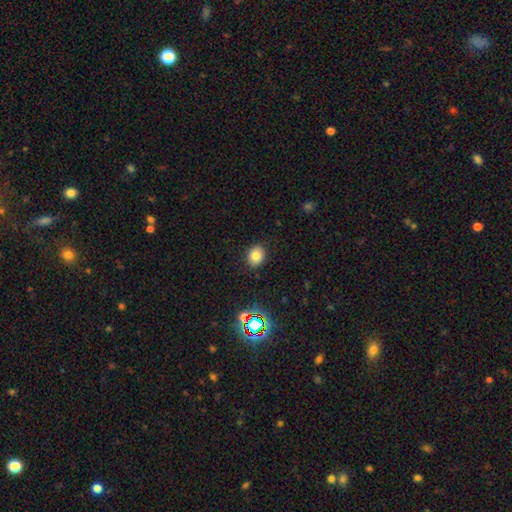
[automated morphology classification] Q: Smooth or featured?
A: smooth (79%); runner-up: star or artifact (13%)
Q: How rounded?
A: round (55%); runner-up: in between (44%)
Q: Merging?
A: none (88%); runner-up: minor disturbance (8%)